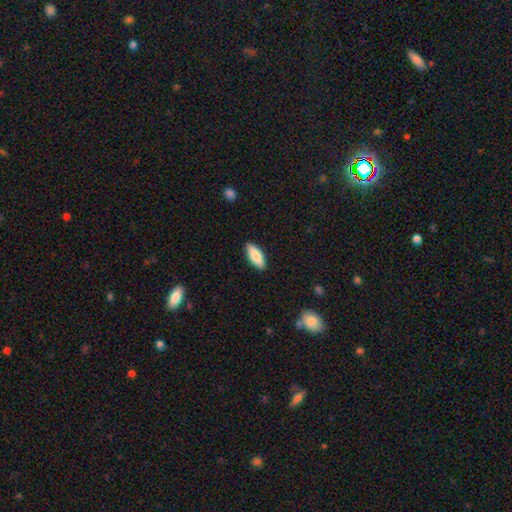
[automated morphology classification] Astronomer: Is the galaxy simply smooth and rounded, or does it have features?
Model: smooth — 84%.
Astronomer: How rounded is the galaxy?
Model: in between — 74%.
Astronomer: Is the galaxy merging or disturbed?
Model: none — 89%.